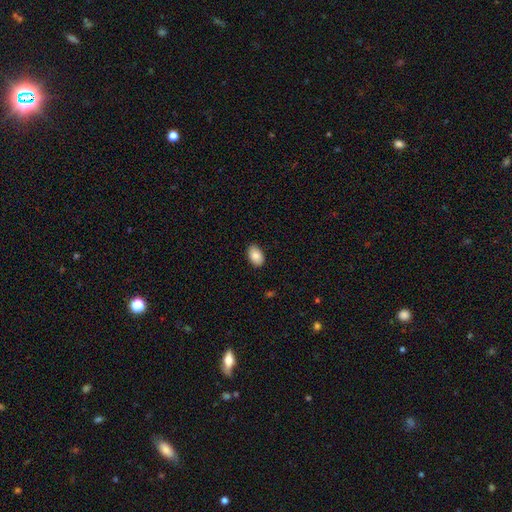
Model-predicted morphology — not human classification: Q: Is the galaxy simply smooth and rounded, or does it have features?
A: smooth — 85%.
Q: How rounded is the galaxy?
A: in between — 92%.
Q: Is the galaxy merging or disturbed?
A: none — 88%.